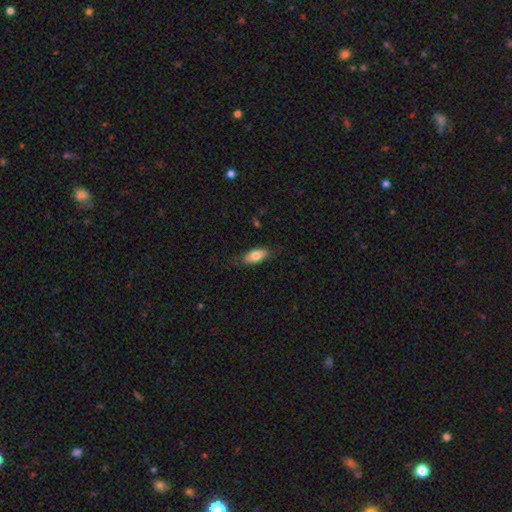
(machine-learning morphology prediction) A smooth galaxy with no disk features (76%) that is in between round and cigar-shaped (84%). Merging: none (74%).